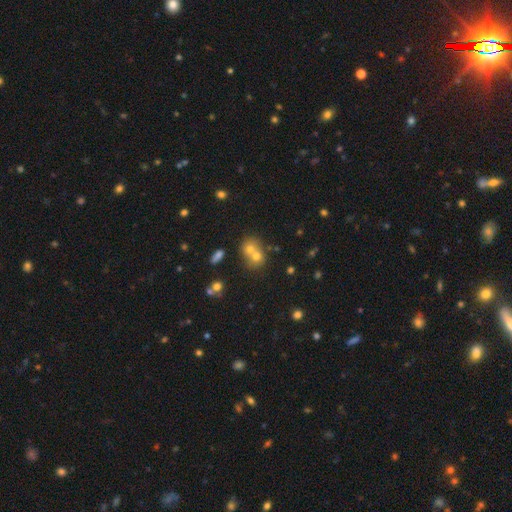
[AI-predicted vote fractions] Overall: smooth (64%). How rounded: round (69%; in between 30%). Merging: merger (62%; none 30%).